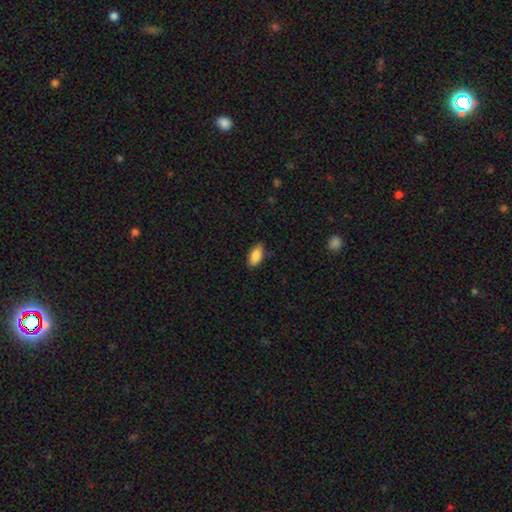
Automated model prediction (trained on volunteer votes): smooth-or-featured: smooth: 87% | star or artifact: 7% | featured or disk: 6%
  how-rounded: in between: 89% | cigar-shaped: 9% | round: 2%
  merging: none: 82% | minor disturbance: 14% | major disturbance: 3% | merger: 1%